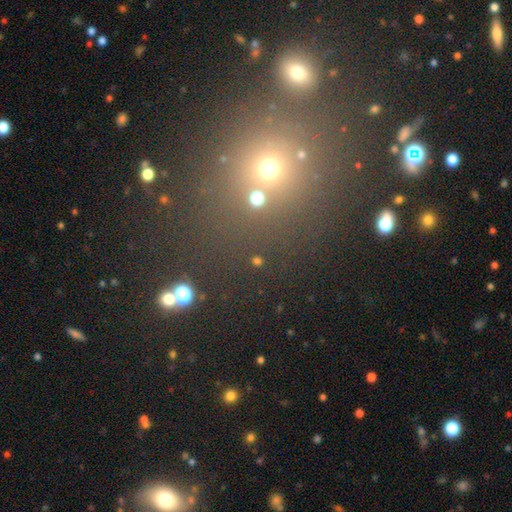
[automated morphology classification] type=star or artifact (54%).